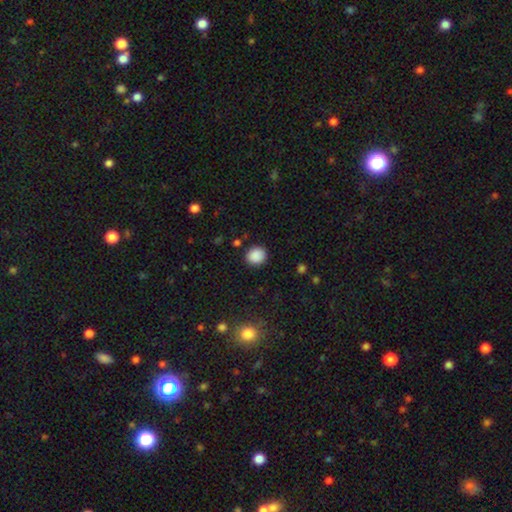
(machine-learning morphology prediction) Smooth or featured? smooth (88%)
How rounded? round (79%)
Merging? none (87%)